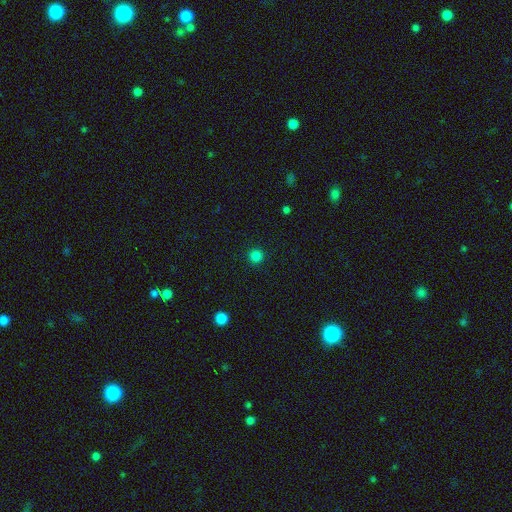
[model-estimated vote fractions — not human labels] The model was most divided on "smooth or featured": smooth: 83%, star or artifact: 14%, featured or disk: 3%. More confident: how rounded — round (96%); merging — none (92%).